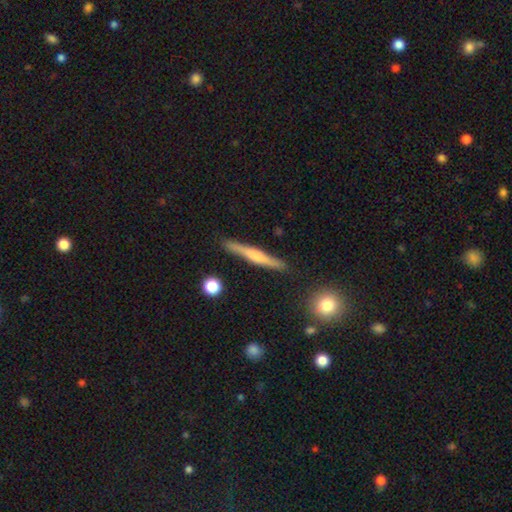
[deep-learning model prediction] Morphology: type=featured or disk (53%); edge-on=yes (96%); edge-on bulge=rounded (51%); merging=none (88%).